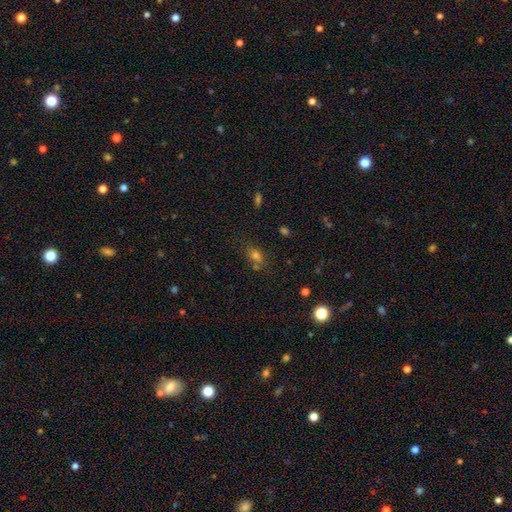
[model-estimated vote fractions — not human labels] A smooth galaxy with no disk features (69%) that is in between round and cigar-shaped (55%). Merging: none (63%).